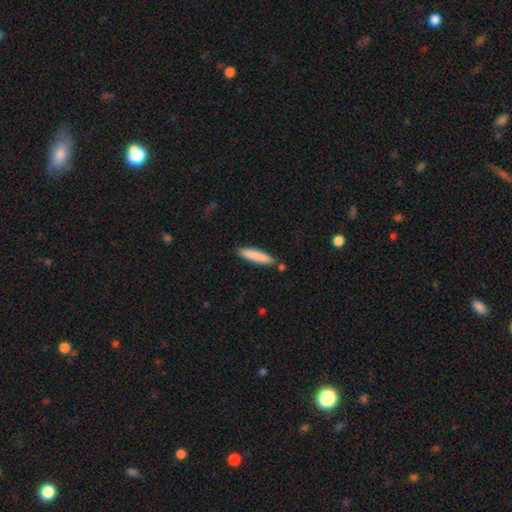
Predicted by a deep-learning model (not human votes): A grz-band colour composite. It shows a smooth galaxy with no disk features (85%) that is cigar-shaped (84%). Merging: none (82%).